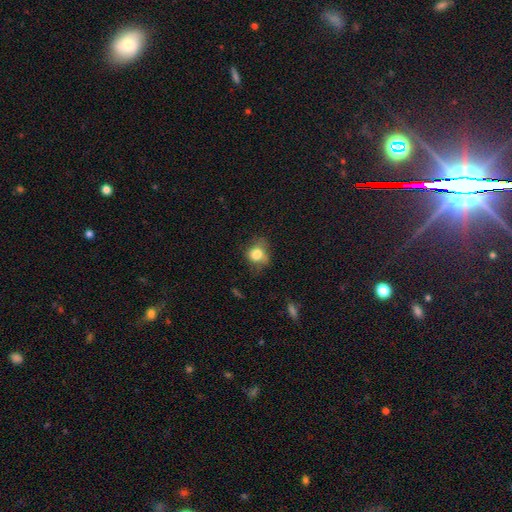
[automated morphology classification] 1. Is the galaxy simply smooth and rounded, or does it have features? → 76% smooth, 13% featured or disk, 11% star or artifact.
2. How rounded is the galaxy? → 57% round, 41% in between, 1% cigar-shaped.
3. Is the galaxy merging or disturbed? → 49% none, 31% minor disturbance, 17% major disturbance, 3% merger.